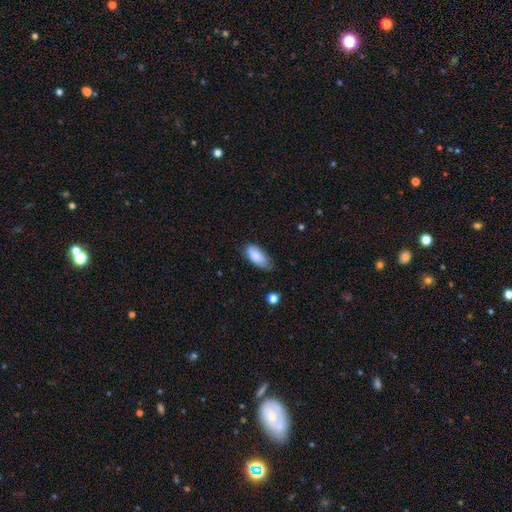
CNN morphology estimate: smooth_or_featured: smooth (p=0.84) [alt: featured or disk p=0.09]
how_rounded: in between (p=0.88) [alt: cigar-shaped p=0.10]
merging: none (p=0.60) [alt: minor disturbance p=0.33]